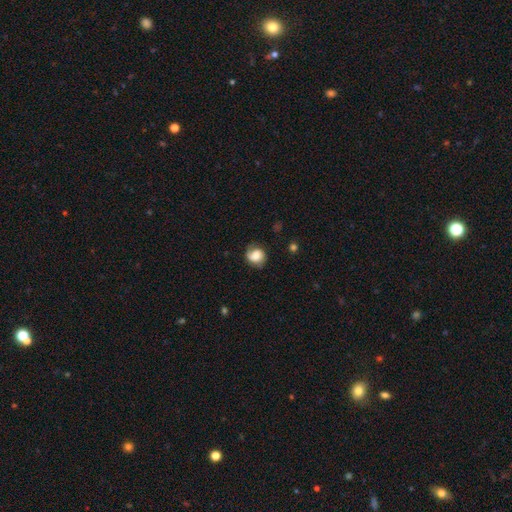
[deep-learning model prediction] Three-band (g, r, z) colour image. It shows a smooth galaxy with no disk features (59%) that is round (73%). Merging: none (64%).